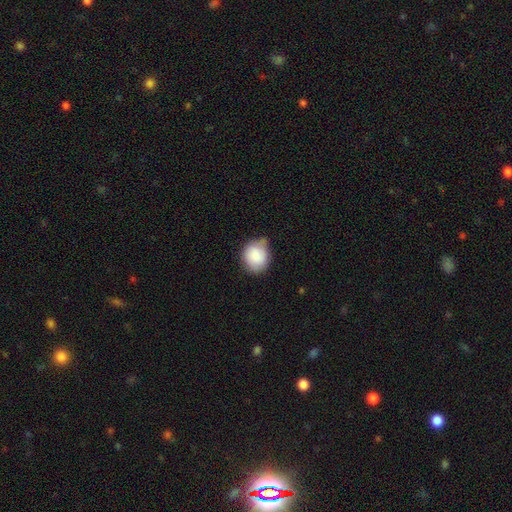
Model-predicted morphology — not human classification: Q: Smooth or featured?
A: smooth (87%); runner-up: star or artifact (7%)
Q: How rounded?
A: round (73%); runner-up: in between (26%)
Q: Merging?
A: none (60%); runner-up: minor disturbance (31%)